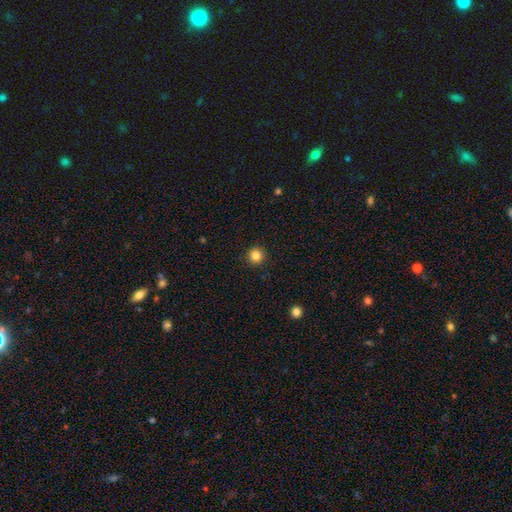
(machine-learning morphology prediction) This appears to be a smooth galaxy with no disk features (84%) that is round (95%). Merging: none (92%).